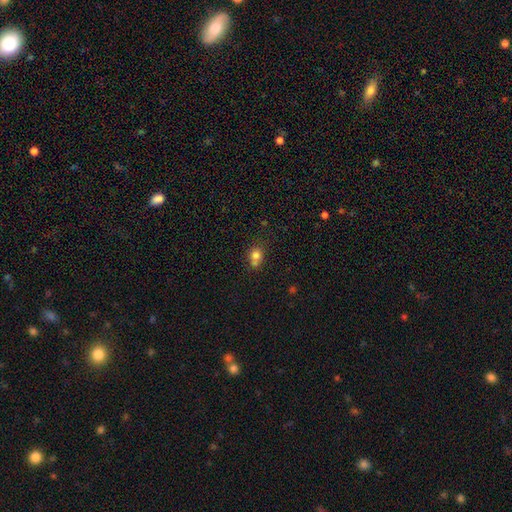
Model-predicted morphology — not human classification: Overall: smooth (77%). How rounded: round (67%; in between 32%). Merging: none (43%; merger 35%).